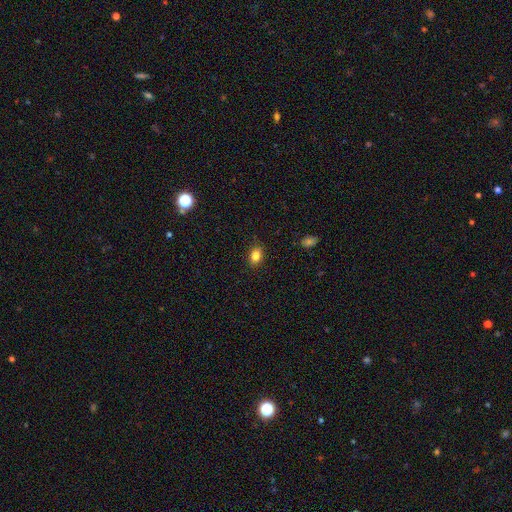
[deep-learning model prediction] smooth 84%, star or artifact 10%, featured or disk 6%. Down the decision tree: how rounded — in between (71%); merging — none (87%).